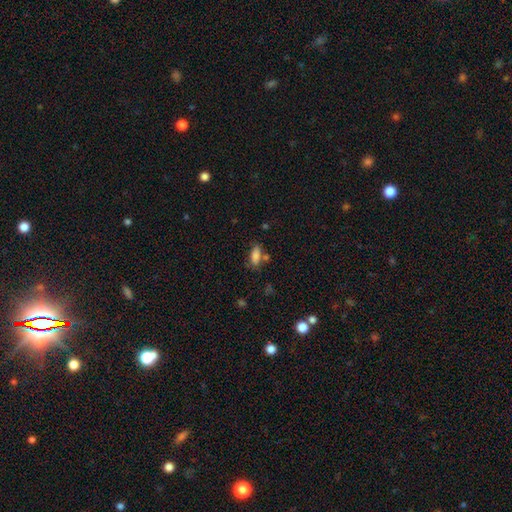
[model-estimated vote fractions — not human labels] Smooth or featured? smooth (83%)
How rounded? in between (81%)
Merging? none (61%)